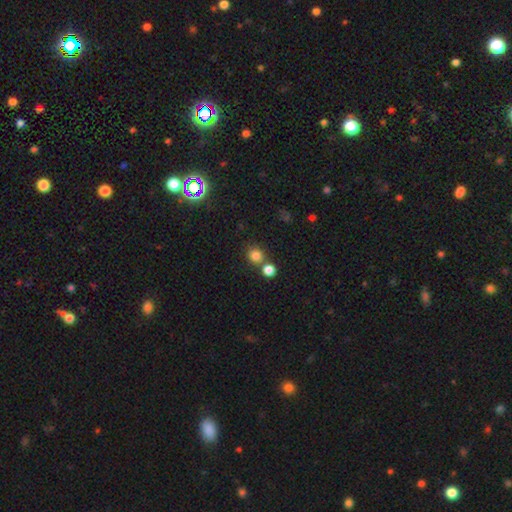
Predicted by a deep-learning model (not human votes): Morphology: type=smooth (80%); roundness=round (85%); merging=none (64%).